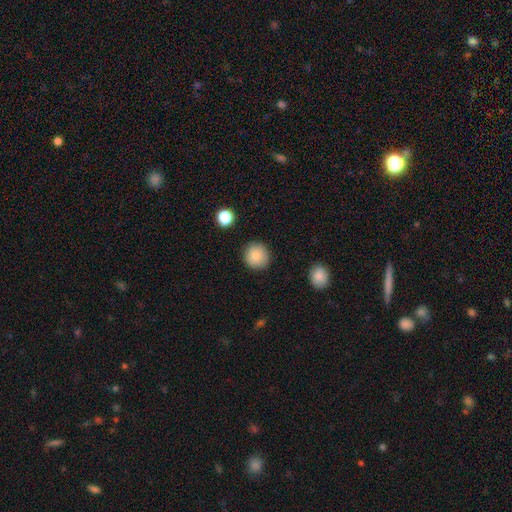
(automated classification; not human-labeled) A smooth galaxy with no disk features (87%) that is round (94%).

Vote fractions:
- Smooth or featured? smooth: 87% / star or artifact: 8% / featured or disk: 5%
- How rounded? round: 94% / in between: 6% / cigar-shaped: 1%
- Merging? none: 89% / minor disturbance: 7% / major disturbance: 2% / merger: 1%